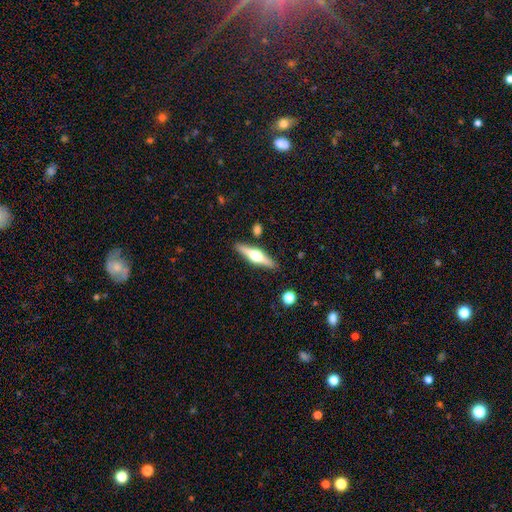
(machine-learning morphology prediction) Smooth or featured? featured or disk (71%)
Edge-on disk? yes (97%)
Edge-on bulge? rounded (96%)
Merging? none (89%)